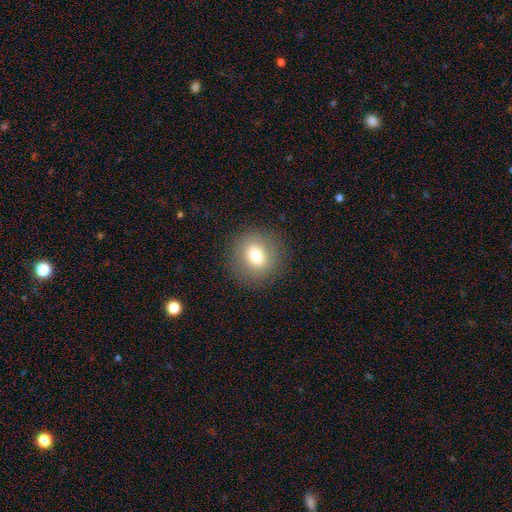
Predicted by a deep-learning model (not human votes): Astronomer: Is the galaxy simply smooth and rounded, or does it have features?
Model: smooth — 74%.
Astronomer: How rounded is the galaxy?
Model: round — 80%.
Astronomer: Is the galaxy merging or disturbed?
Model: none — 88%.